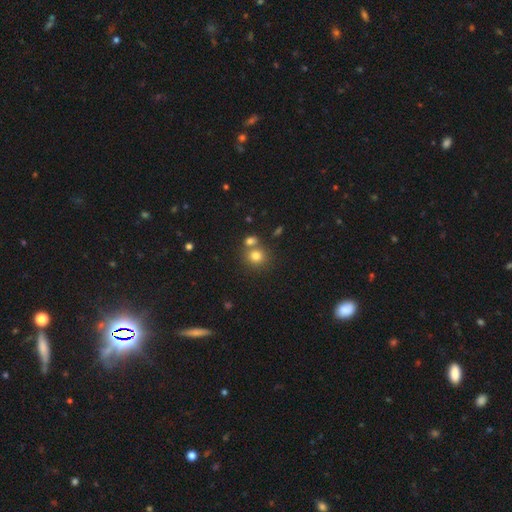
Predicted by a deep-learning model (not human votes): smooth 79%, star or artifact 13%, featured or disk 9%. Down the decision tree: how rounded — round (81%); merging — none (57%).